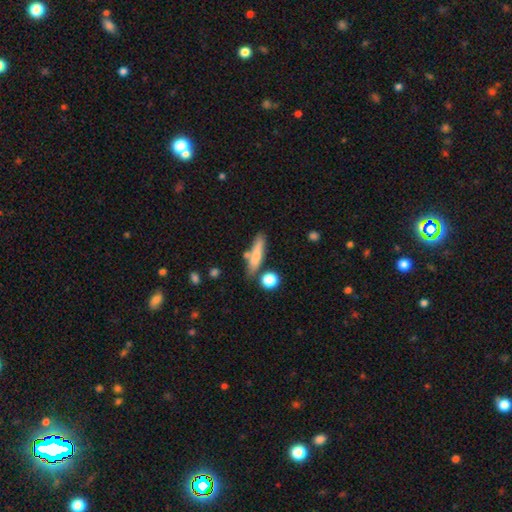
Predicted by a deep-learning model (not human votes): smooth_or_featured: smooth (p=0.72) [alt: featured or disk p=0.20]
how_rounded: cigar-shaped (p=0.77) [alt: in between p=0.20]
merging: none (p=0.70) [alt: minor disturbance p=0.15]